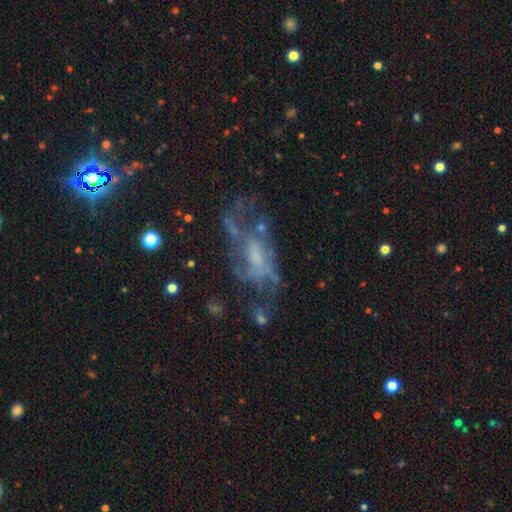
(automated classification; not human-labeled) smooth-or-featured: featured or disk: 69% | smooth: 17% | star or artifact: 14%
  disk-edge-on: no: 93% | yes: 7%
    bar: no: 61% | weak: 31% | strong: 8%
    has-spiral-arms: yes: 61% | no: 39%
    bulge-size: moderate: 32% (tied) | small: 32% (tied) | none: 28% | large: 7% | dominant: 2%
  merging: none: 42% | major disturbance: 33% | minor disturbance: 18% | merger: 7%